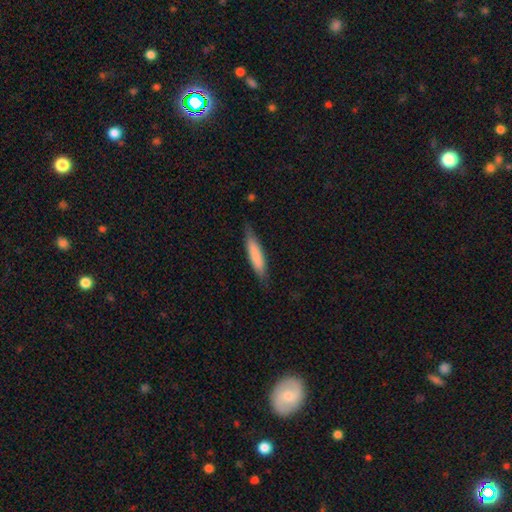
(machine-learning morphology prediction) Smooth or featured? Predicted: smooth (p=0.77). How rounded? Predicted: cigar-shaped (p=0.85). Merging? Predicted: none (p=0.80).